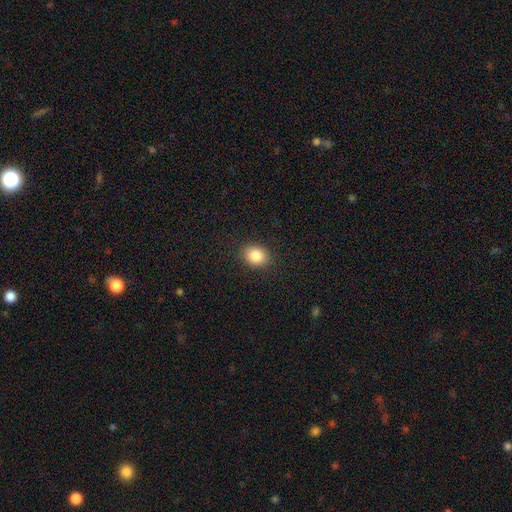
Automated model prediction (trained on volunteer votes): Smooth or featured? smooth (86%)
How rounded? round (51%)
Merging? none (89%)